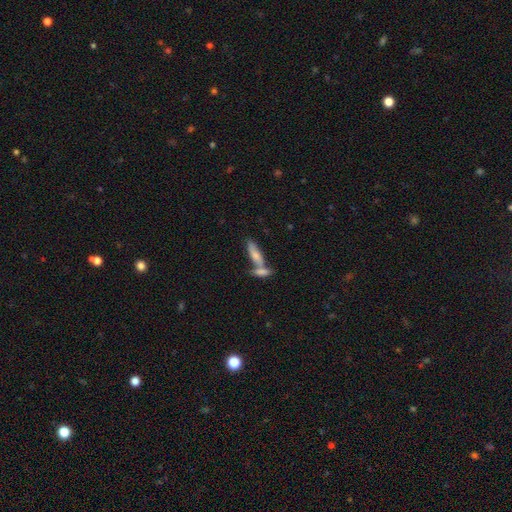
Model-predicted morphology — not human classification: smooth_or_featured: smooth (p=0.55) [alt: featured or disk p=0.34]
how_rounded: cigar-shaped (p=0.56) [alt: in between p=0.41]
merging: merger (p=0.50) [alt: none p=0.37]